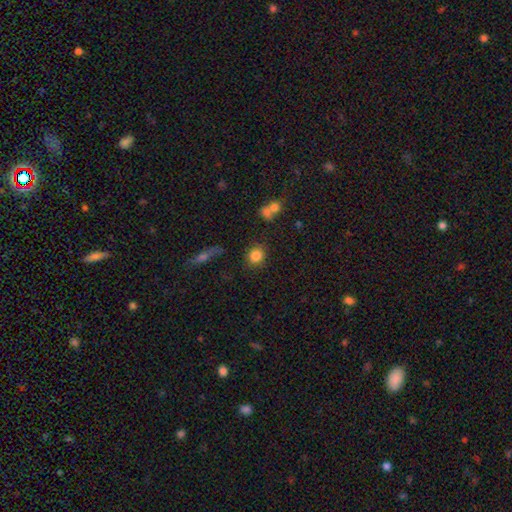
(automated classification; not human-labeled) Overall: smooth (84%). How rounded: round (82%). Merging: none (82%).